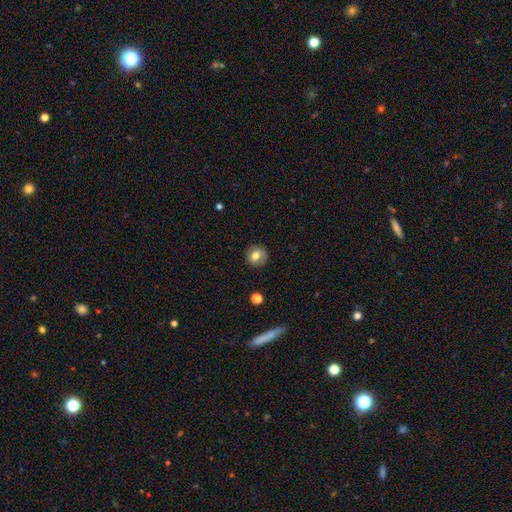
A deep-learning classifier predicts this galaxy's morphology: Smooth or featured? smooth (76%)
How rounded? round (84%)
Merging? none (86%)